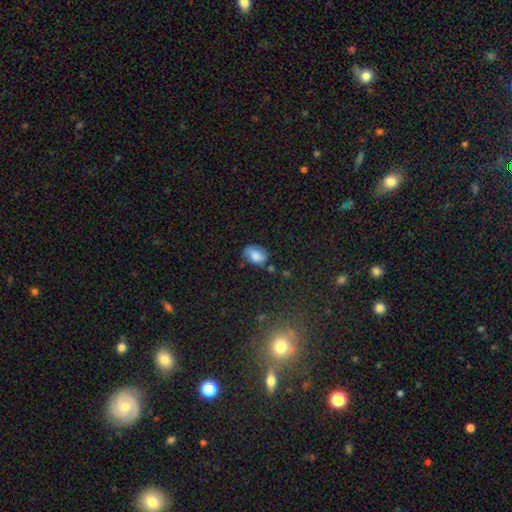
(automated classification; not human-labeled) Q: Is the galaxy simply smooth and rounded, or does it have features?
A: smooth — 74%.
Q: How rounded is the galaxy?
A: in between — 83%.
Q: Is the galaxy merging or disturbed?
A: none — 62%.